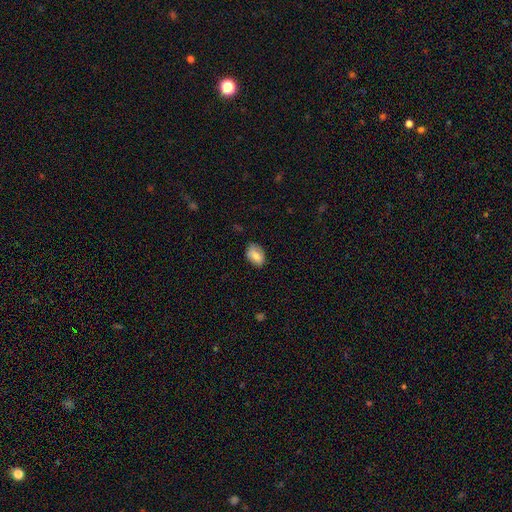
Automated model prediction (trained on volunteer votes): smooth_or_featured: smooth (p=0.76) [alt: featured or disk p=0.16]
how_rounded: in between (p=0.86) [alt: round p=0.12]
merging: none (p=0.76) [alt: minor disturbance p=0.20]